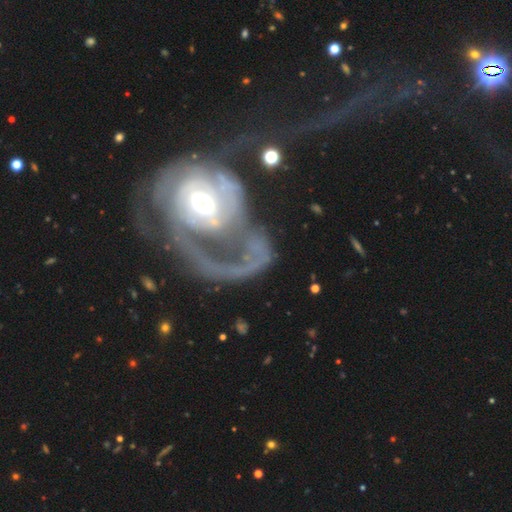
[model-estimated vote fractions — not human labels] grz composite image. It shows a featured or disk galaxy (77%) with no bar (61%), 1 (45%) loose (43%) spiral arms (69%) and a moderate central bulge (67%). Merging: major disturbance (60%).